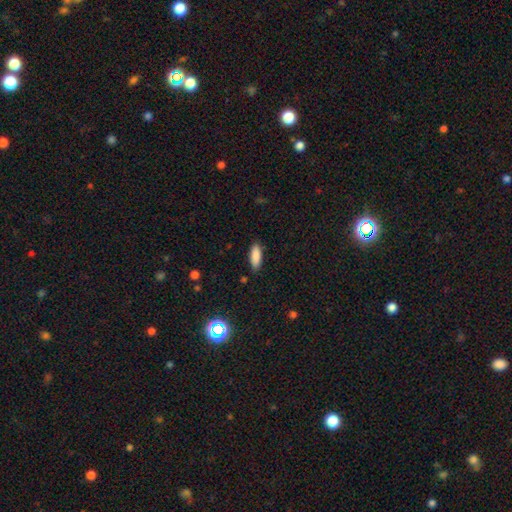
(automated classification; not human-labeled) The model was most divided on "how rounded": in between: 65%, cigar-shaped: 33%, round: 2%. More confident: smooth or featured — smooth (87%); merging — none (85%).